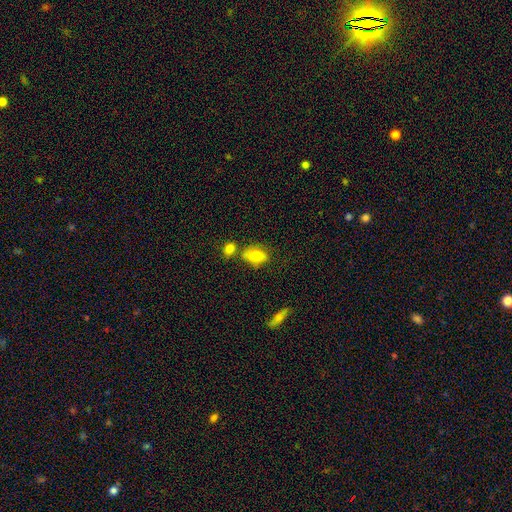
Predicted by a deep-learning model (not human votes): smooth_or_featured: smooth (p=0.81) [alt: featured or disk p=0.11]
how_rounded: in between (p=0.83) [alt: round p=0.13]
merging: none (p=0.59) [alt: minor disturbance p=0.18]